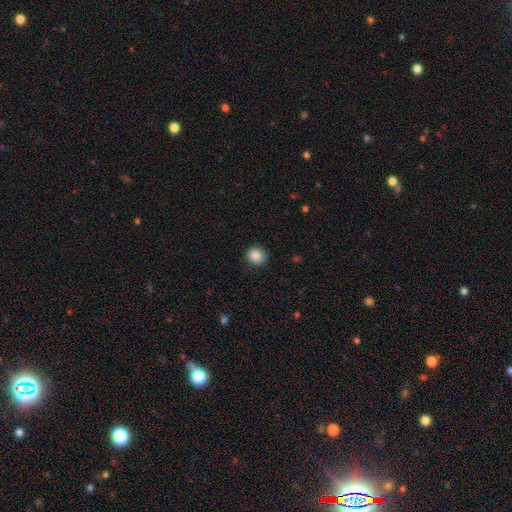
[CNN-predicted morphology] Q: Smooth or featured?
A: smooth (87%); runner-up: star or artifact (9%)
Q: How rounded?
A: round (79%); runner-up: in between (20%)
Q: Merging?
A: none (85%); runner-up: minor disturbance (11%)